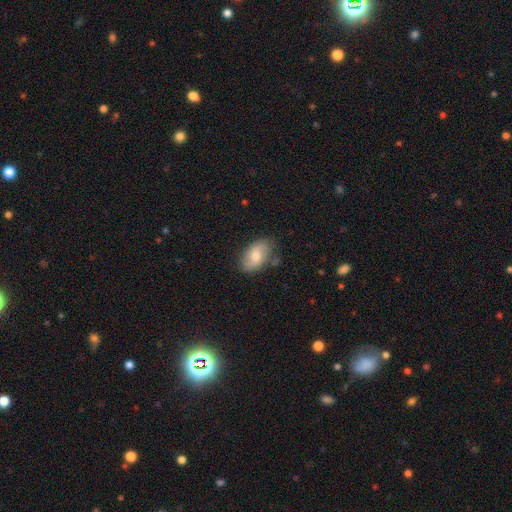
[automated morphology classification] This appears to be a smooth galaxy with no disk features (66%) that is in between round and cigar-shaped (92%). Merging: none (71%).